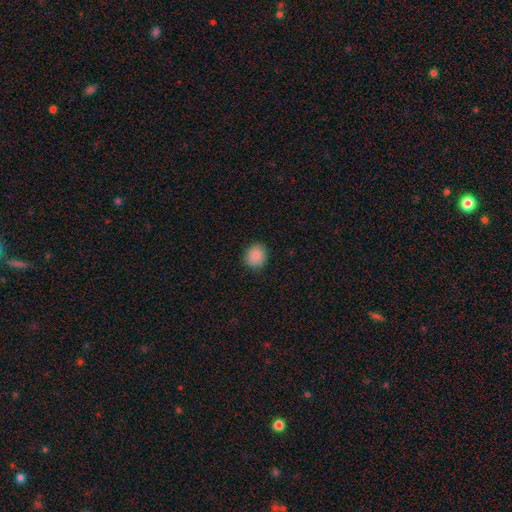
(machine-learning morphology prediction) A smooth galaxy with no disk features (88%) that is round (78%).

Vote fractions:
- Smooth or featured? smooth: 88% / star or artifact: 8% / featured or disk: 4%
- How rounded? round: 78% / in between: 21% / cigar-shaped: 1%
- Merging? none: 88% / minor disturbance: 9% / major disturbance: 2% / merger: 1%